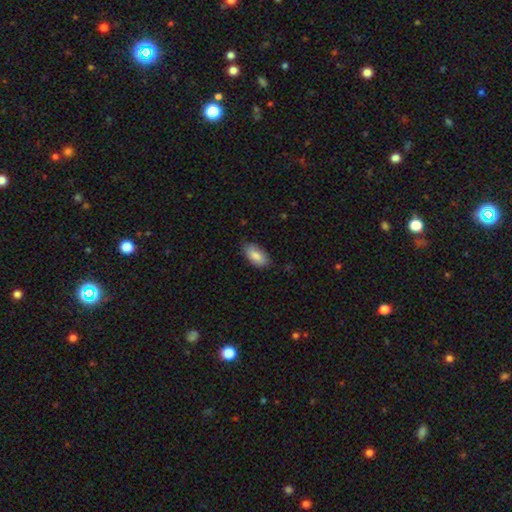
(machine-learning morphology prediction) Smooth or featured: smooth — 85% (featured or disk — 9%)
How rounded: in between — 93% (cigar-shaped — 5%)
Merging: none — 78% (minor disturbance — 18%)